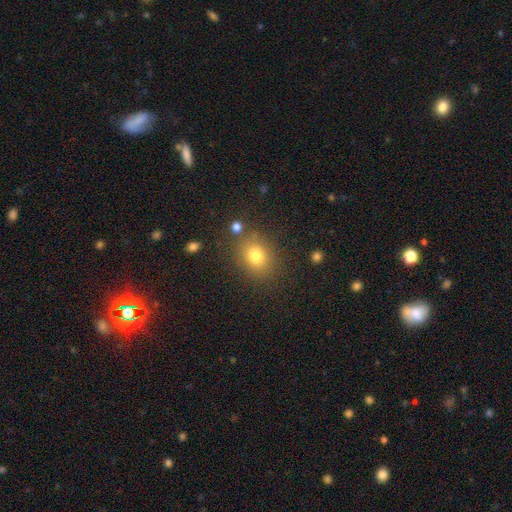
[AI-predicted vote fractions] This is likely a smooth galaxy (77%). How rounded: possibly round (60%). Merging: clearly none (81%).